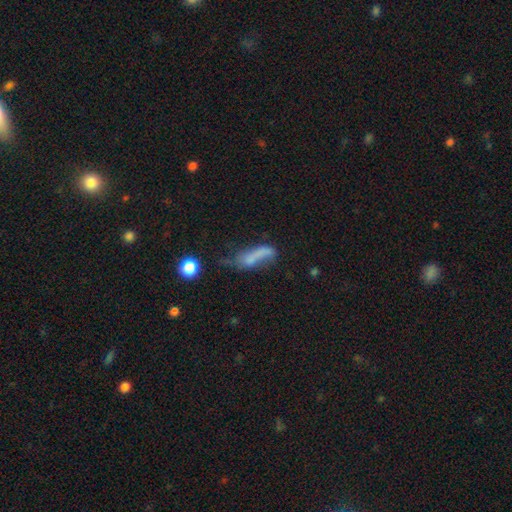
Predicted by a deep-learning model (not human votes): smooth 57%, featured or disk 30%, star or artifact 13%. Down the decision tree: how rounded — in between (48%); merging — major disturbance (34%).